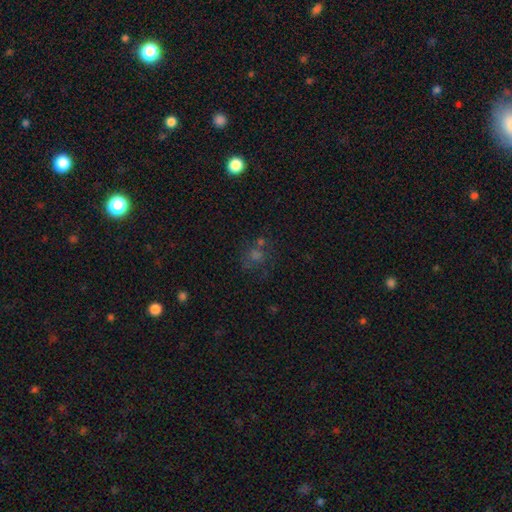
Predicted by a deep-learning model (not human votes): This appears to be a smooth galaxy with no disk features (44%). Merging: none (62%).